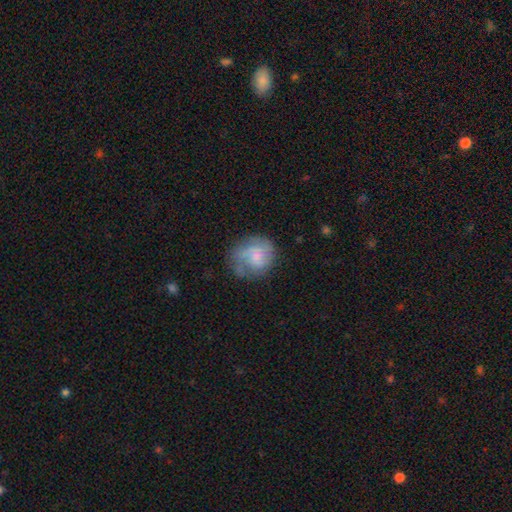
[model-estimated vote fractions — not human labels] A smooth galaxy with no disk features (48%).

Vote fractions:
- Smooth or featured? smooth: 48% / featured or disk: 44% / star or artifact: 8%
- Merging? none: 52% / minor disturbance: 25% / major disturbance: 21% / merger: 3%